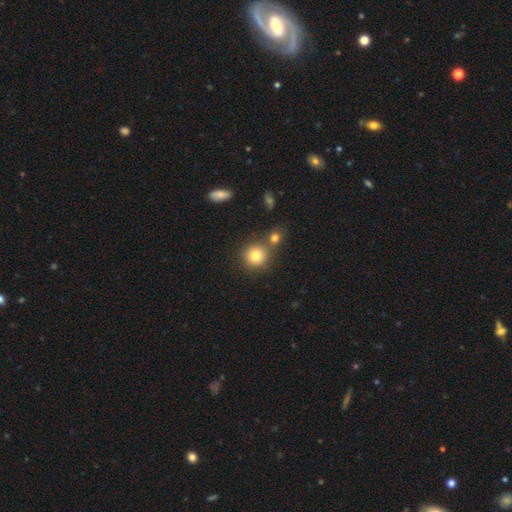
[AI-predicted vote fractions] Smooth or featured? smooth (79%)
How rounded? round (90%)
Merging? none (66%)